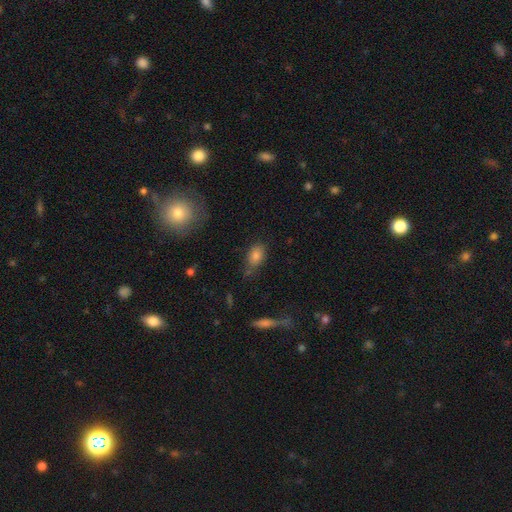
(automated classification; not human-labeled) Smooth or featured? smooth (78%)
How rounded? in between (81%)
Merging? none (62%)